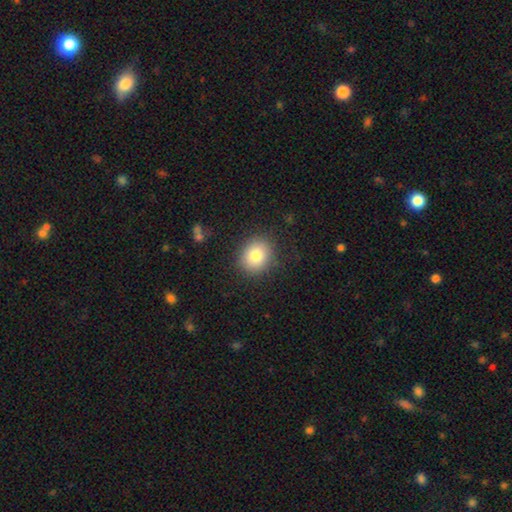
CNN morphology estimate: The model was most divided on "how rounded": round: 70%, in between: 29%, cigar-shaped: 1%. More confident: merging — none (86%); smooth or featured — smooth (80%).